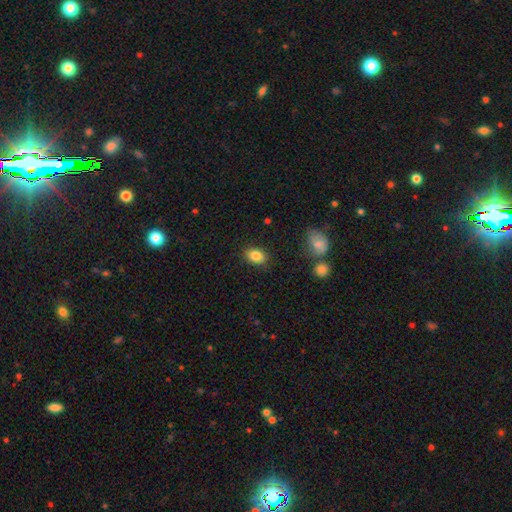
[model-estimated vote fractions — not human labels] Q: Smooth or featured?
A: smooth (84%); runner-up: star or artifact (9%)
Q: How rounded?
A: in between (76%); runner-up: round (23%)
Q: Merging?
A: none (86%); runner-up: minor disturbance (10%)